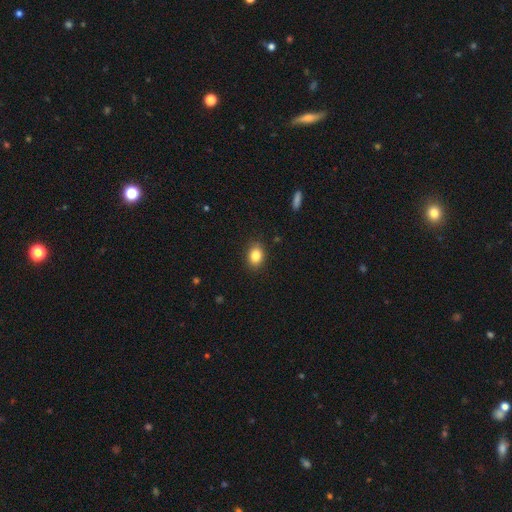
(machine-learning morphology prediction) smooth 84%, star or artifact 9%, featured or disk 7%. Down the decision tree: how rounded — in between (68%); merging — none (88%).